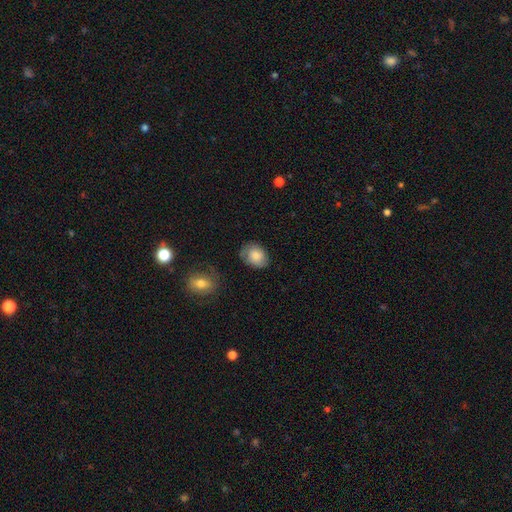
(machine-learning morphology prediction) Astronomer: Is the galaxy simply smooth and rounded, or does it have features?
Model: smooth — 79%.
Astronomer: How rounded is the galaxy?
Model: in between — 63%.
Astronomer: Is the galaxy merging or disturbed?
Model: none — 66%.